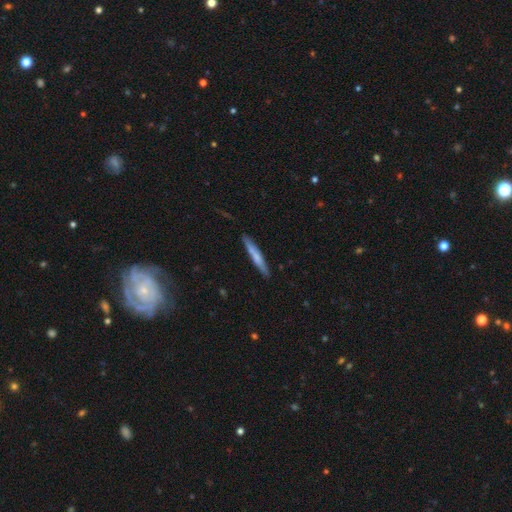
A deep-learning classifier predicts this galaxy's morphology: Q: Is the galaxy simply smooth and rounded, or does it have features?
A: smooth — 59%.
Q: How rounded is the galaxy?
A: cigar-shaped — 95%.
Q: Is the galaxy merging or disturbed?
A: none — 86%.